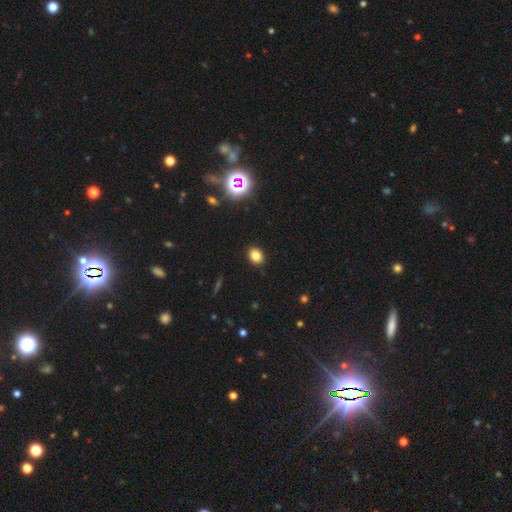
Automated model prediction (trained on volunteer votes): smooth_or_featured: smooth (p=0.80) [alt: star or artifact p=0.14]
how_rounded: in between (p=0.58) [alt: round p=0.41]
merging: none (p=0.89) [alt: minor disturbance p=0.07]